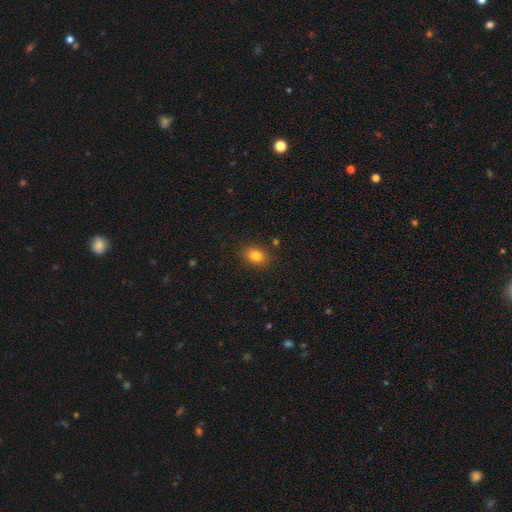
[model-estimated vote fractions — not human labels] Smooth or featured: smooth — 82% (star or artifact — 11%)
How rounded: in between — 68% (round — 31%)
Merging: none — 87% (minor disturbance — 9%)